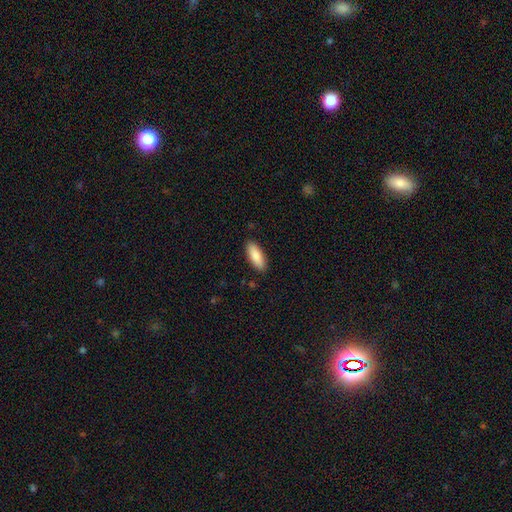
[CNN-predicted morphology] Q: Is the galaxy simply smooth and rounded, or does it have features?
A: smooth — 88%.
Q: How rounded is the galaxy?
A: in between — 72%.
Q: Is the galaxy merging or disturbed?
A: none — 89%.